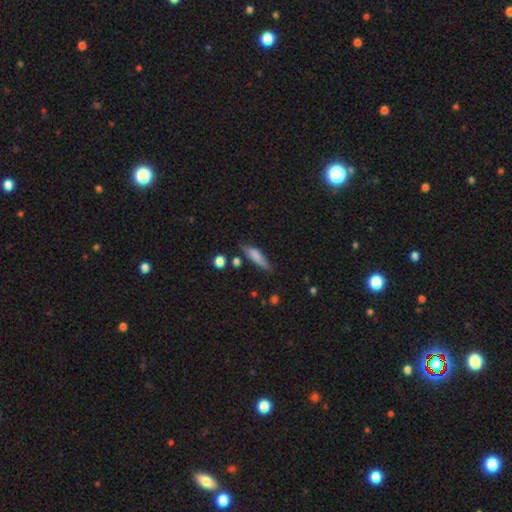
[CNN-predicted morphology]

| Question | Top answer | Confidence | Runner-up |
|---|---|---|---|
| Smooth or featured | smooth | 71% | featured or disk (21%) |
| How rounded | cigar-shaped | 71% | in between (27%) |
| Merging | none | 63% | minor disturbance (25%) |